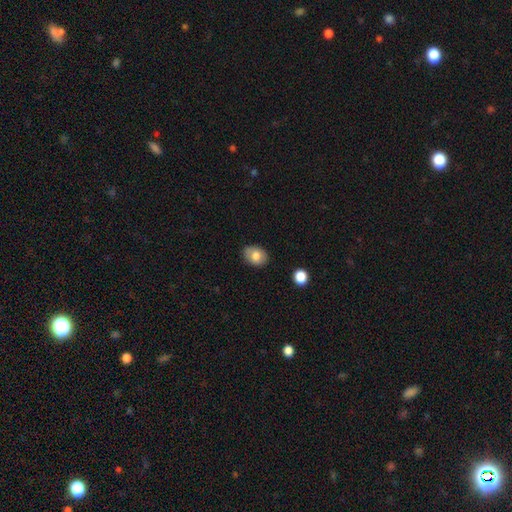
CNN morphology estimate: Smooth or featured: smooth — 78% (featured or disk — 14%)
How rounded: in between — 69% (round — 29%)
Merging: none — 79% (minor disturbance — 16%)